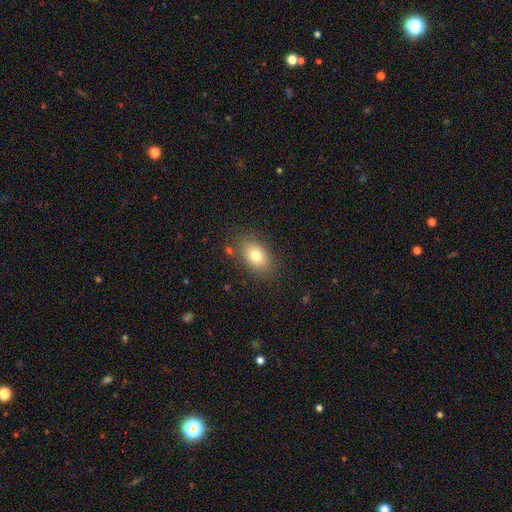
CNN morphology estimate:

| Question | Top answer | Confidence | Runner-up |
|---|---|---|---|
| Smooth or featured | smooth | 78% | featured or disk (13%) |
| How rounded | in between | 83% | round (16%) |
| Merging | none | 81% | minor disturbance (12%) |